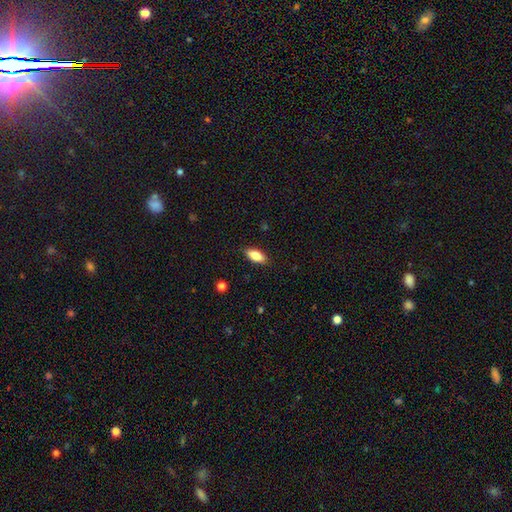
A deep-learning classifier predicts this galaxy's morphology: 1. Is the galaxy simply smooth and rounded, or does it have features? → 84% smooth, 9% featured or disk, 7% star or artifact.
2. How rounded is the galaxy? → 86% in between, 11% cigar-shaped, 3% round.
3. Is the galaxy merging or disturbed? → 87% none, 10% minor disturbance, 2% major disturbance, 1% merger.